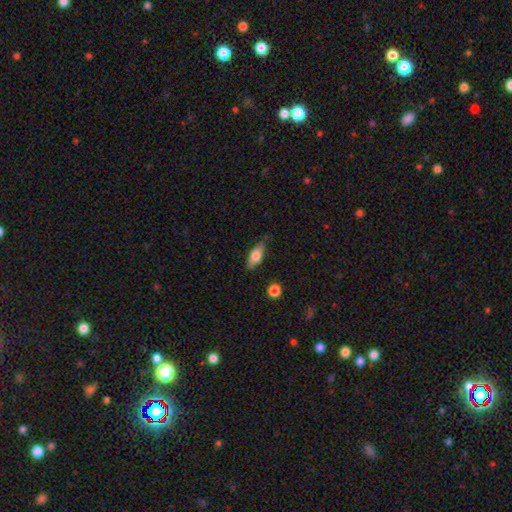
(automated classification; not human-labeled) A smooth galaxy with no disk features (73%) that is in between round and cigar-shaped (79%).

Vote fractions:
- Smooth or featured? smooth: 73% / featured or disk: 20% / star or artifact: 7%
- How rounded? in between: 79% / cigar-shaped: 18% / round: 3%
- Merging? none: 76% / minor disturbance: 19% / major disturbance: 3% / merger: 2%